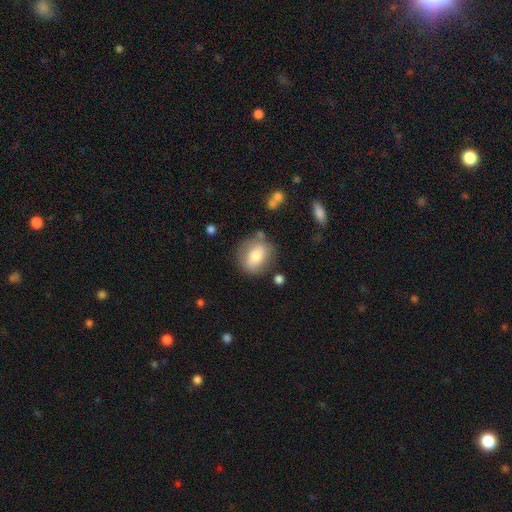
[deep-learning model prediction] Smooth or featured? smooth (71%)
How rounded? round (60%)
Merging? none (73%)